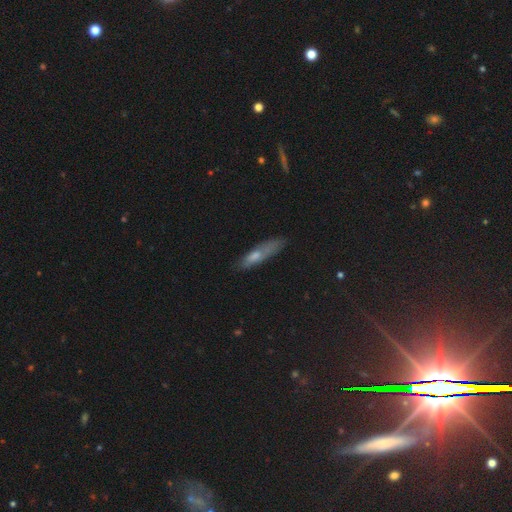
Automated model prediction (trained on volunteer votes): Smooth or featured? smooth (60%)
How rounded? cigar-shaped (76%)
Merging? none (69%)